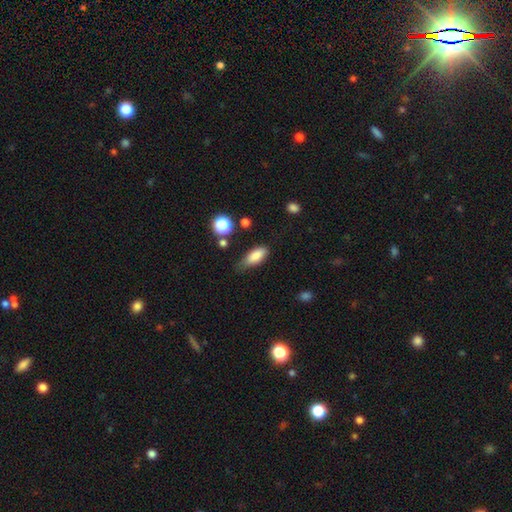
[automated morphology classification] A smooth galaxy with no disk features (81%) that is in between round and cigar-shaped (78%).

Vote fractions:
- Smooth or featured? smooth: 81% / featured or disk: 10% / star or artifact: 9%
- How rounded? in between: 78% / cigar-shaped: 19% / round: 4%
- Merging? none: 54% / minor disturbance: 34% / major disturbance: 9% / merger: 3%